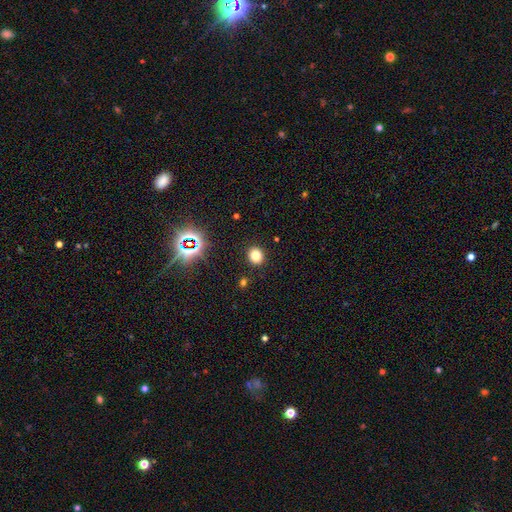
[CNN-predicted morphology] The model was most divided on "how rounded": round: 74%, in between: 25%, cigar-shaped: 1%. More confident: merging — none (90%); smooth or featured — smooth (76%).